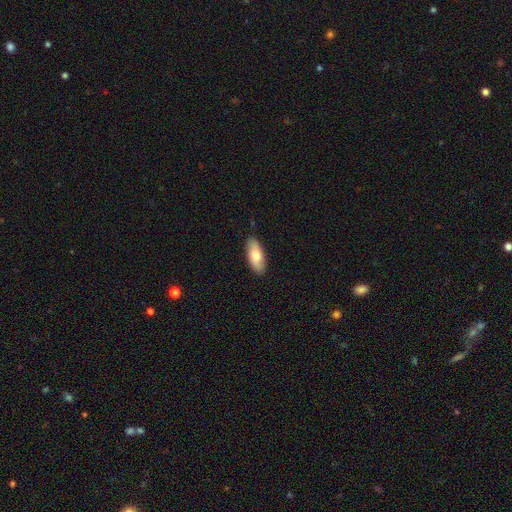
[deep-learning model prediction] Q: Smooth or featured?
A: smooth (75%); runner-up: featured or disk (20%)
Q: How rounded?
A: in between (78%); runner-up: cigar-shaped (20%)
Q: Merging?
A: none (88%); runner-up: minor disturbance (10%)